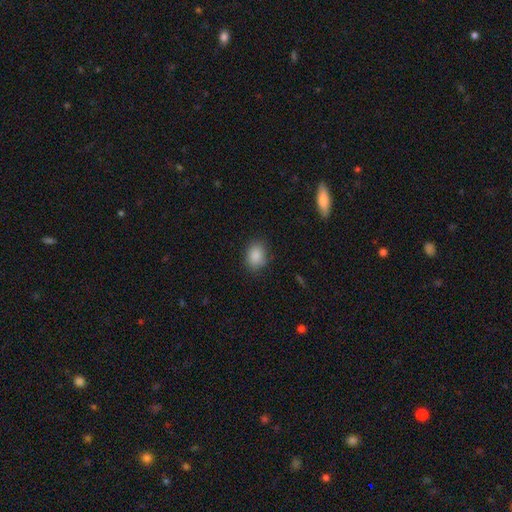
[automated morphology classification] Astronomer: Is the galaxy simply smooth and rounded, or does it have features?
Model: smooth — 88%.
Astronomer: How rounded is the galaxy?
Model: in between — 62% (runner-up: round, 37%).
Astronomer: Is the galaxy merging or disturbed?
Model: none — 82%.